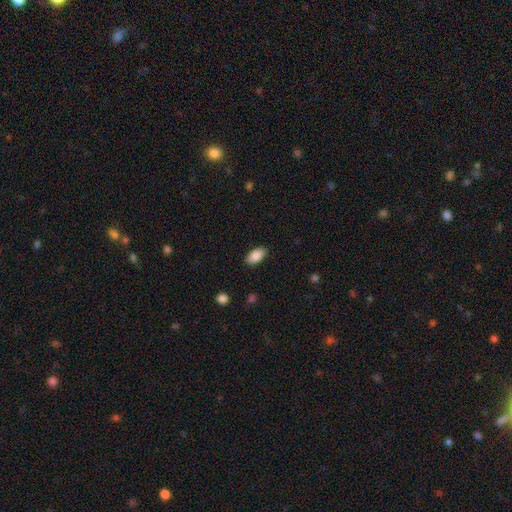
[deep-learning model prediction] A smooth galaxy with no disk features (87%) that is in between round and cigar-shaped (94%).

Vote fractions:
- Smooth or featured? smooth: 87% / star or artifact: 7% / featured or disk: 6%
- How rounded? in between: 94% / round: 4% / cigar-shaped: 3%
- Merging? none: 87% / minor disturbance: 9% / major disturbance: 2% / merger: 1%